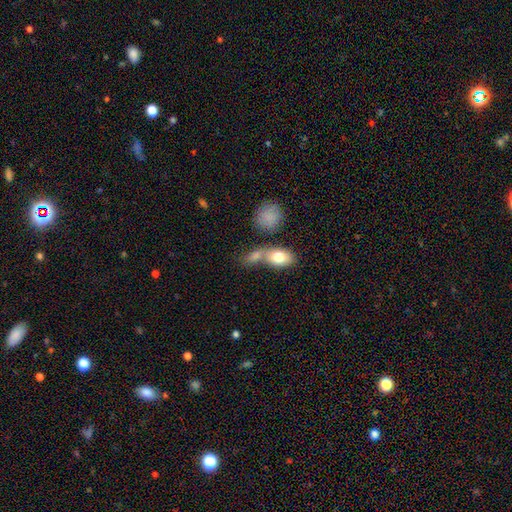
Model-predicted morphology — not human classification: type=smooth (78%); roundness=in between (73%); merging=merger (49%).